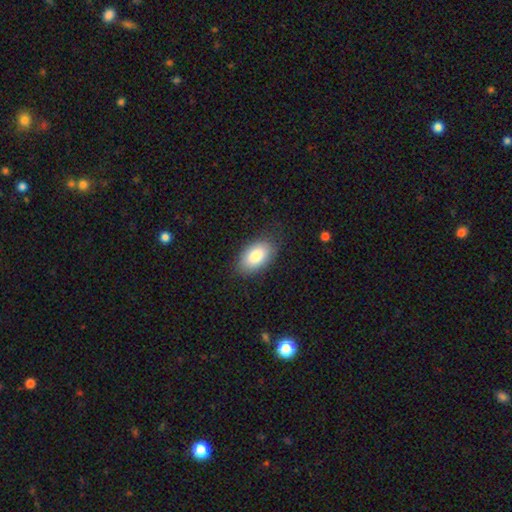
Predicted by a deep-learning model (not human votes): Smooth or featured: smooth — 85% (featured or disk — 9%)
How rounded: in between — 94% (round — 5%)
Merging: none — 82% (minor disturbance — 13%)